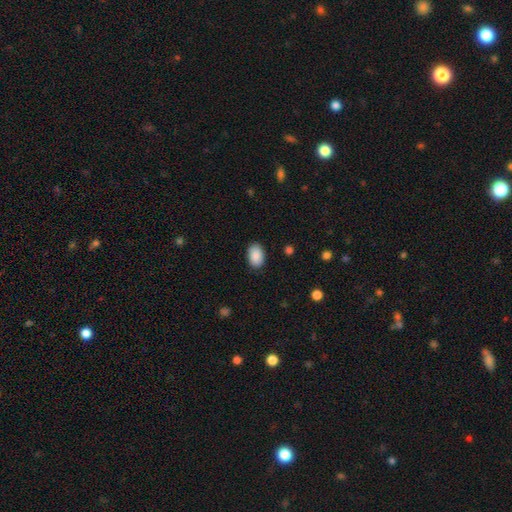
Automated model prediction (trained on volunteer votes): This appears to be a smooth galaxy with no disk features (90%) that is in between round and cigar-shaped (89%). Merging: none (87%).